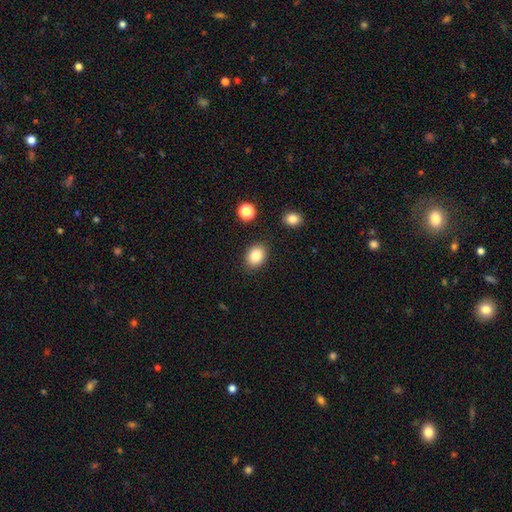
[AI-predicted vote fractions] A smooth galaxy with no disk features (85%) that is in between round and cigar-shaped (63%).

Vote fractions:
- Smooth or featured? smooth: 85% / star or artifact: 9% / featured or disk: 6%
- How rounded? in between: 63% / round: 36% / cigar-shaped: 1%
- Merging? none: 87% / minor disturbance: 9% / major disturbance: 2% / merger: 2%